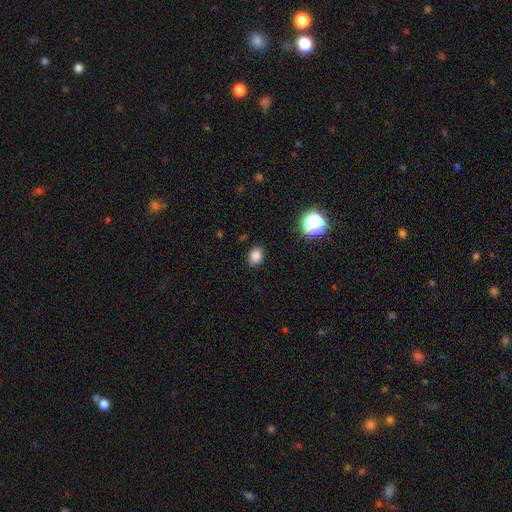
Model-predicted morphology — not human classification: This is clearly a smooth galaxy (83%). How rounded: likely in between (66%). Merging: clearly none (87%).